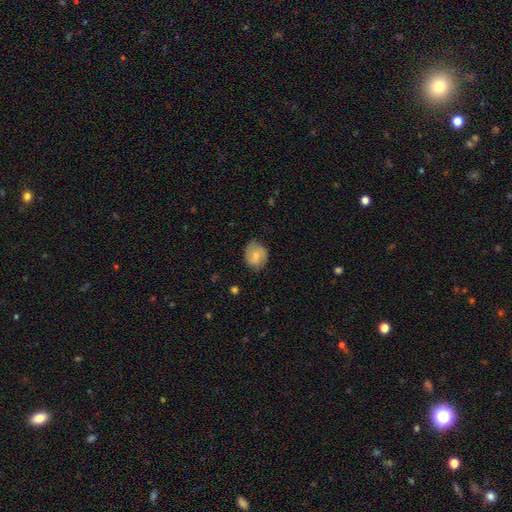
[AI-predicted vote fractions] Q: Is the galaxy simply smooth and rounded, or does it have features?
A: smooth — 65%.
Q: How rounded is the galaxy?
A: round — 64%.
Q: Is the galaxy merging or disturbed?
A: none — 68%.